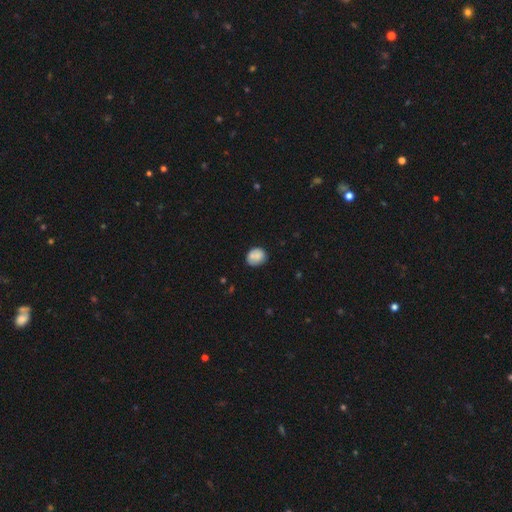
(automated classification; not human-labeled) Q: Smooth or featured?
A: smooth (80%); runner-up: featured or disk (12%)
Q: How rounded?
A: round (66%); runner-up: in between (33%)
Q: Merging?
A: none (70%); runner-up: minor disturbance (22%)